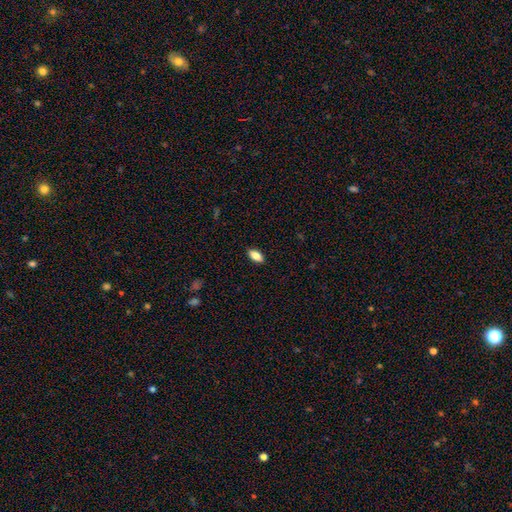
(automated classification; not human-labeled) smooth_or_featured: smooth (p=0.82) [alt: featured or disk p=0.10]
how_rounded: in between (p=0.87) [alt: cigar-shaped p=0.10]
merging: none (p=0.89) [alt: minor disturbance p=0.08]